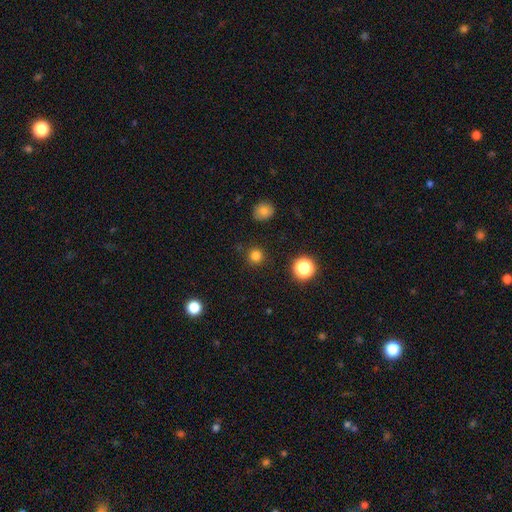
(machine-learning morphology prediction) This appears to be a smooth galaxy with no disk features (79%) that is round (95%). Merging: none (90%).